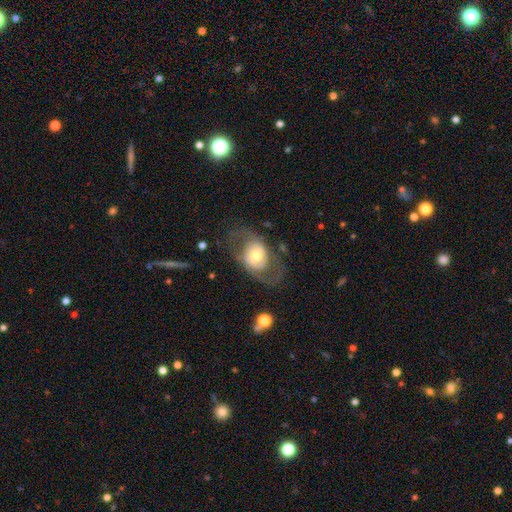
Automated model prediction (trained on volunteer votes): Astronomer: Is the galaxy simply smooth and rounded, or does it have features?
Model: featured or disk — 59% (runner-up: smooth, 34%).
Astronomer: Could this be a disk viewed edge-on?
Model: no — 93%.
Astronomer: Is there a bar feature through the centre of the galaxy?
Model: no — 71%.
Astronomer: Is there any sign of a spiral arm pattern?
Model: yes — 50%, tied with no at 50%.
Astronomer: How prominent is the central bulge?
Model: moderate — 65%.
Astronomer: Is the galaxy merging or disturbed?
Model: none — 60%.